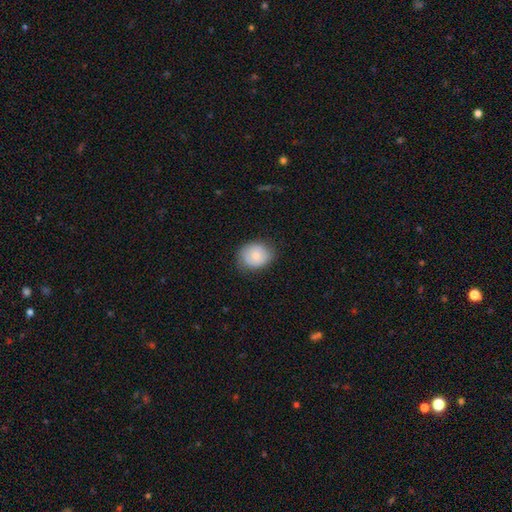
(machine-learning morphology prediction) The model was most divided on "how rounded": round: 62%, in between: 37%, cigar-shaped: 1%. More confident: merging — none (74%); smooth or featured — smooth (71%).